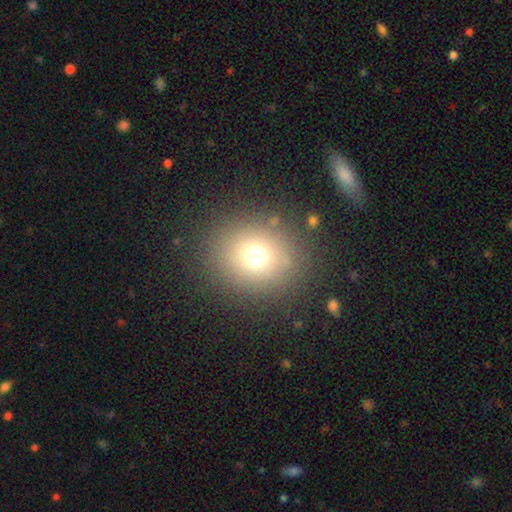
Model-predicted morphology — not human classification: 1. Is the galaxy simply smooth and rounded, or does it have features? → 69% smooth, 20% star or artifact, 11% featured or disk.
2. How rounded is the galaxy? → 80% round, 19% in between, 1% cigar-shaped.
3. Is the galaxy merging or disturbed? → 85% none, 8% minor disturbance, 5% major disturbance, 2% merger.